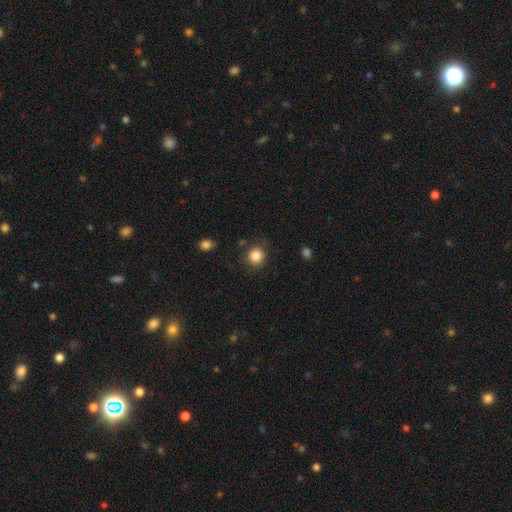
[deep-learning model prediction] Smooth or featured? smooth (85%)
How rounded? round (90%)
Merging? none (83%)